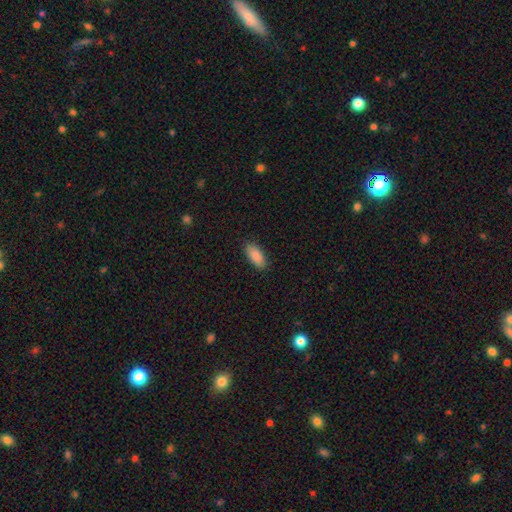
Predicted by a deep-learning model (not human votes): smooth 89%, star or artifact 6%, featured or disk 5%. Down the decision tree: how rounded — in between (85%); merging — none (87%).